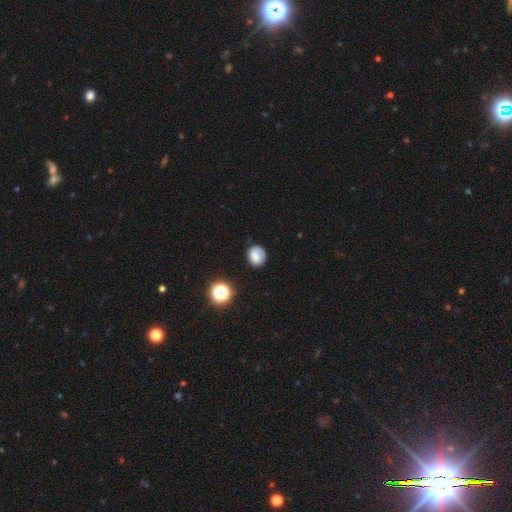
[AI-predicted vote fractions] Morphology: type=smooth (74%); roundness=round (67%); merging=none (76%).